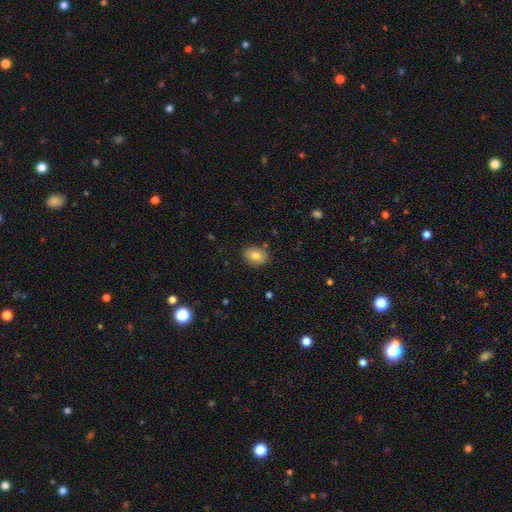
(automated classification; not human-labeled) smooth-or-featured: smooth: 79% | featured or disk: 12% | star or artifact: 9%
  how-rounded: in between: 56% | round: 43% | cigar-shaped: 1%
  merging: none: 86% | minor disturbance: 10% | major disturbance: 2% | merger: 2%